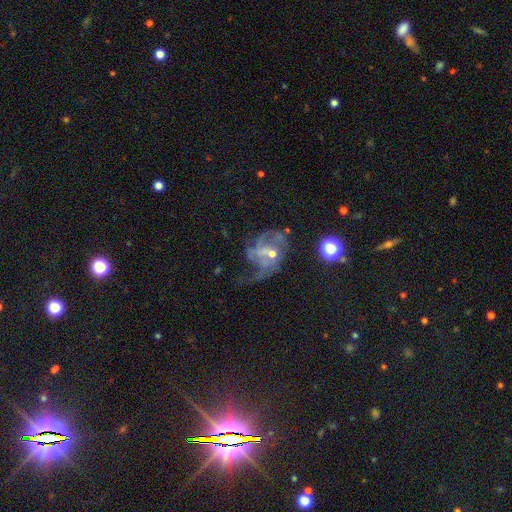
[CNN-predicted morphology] smooth-or-featured: featured or disk: 60% | star or artifact: 26% | smooth: 14%
  disk-edge-on: no: 96% | yes: 4%
    bar: no: 55% | weak: 34% | strong: 11%
    has-spiral-arms: yes: 78% | no: 22%
    bulge-size: small: 60% | moderate: 30% | none: 6% | large: 3% | dominant: 2%
  merging: none: 42% | major disturbance: 34% | minor disturbance: 18% | merger: 7%